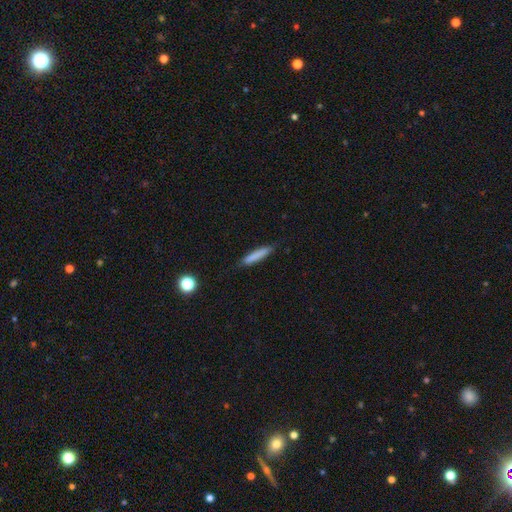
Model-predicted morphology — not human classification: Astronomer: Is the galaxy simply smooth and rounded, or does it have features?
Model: smooth — 81%.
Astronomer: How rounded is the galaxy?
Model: cigar-shaped — 90%.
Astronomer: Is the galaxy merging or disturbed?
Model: none — 82%.